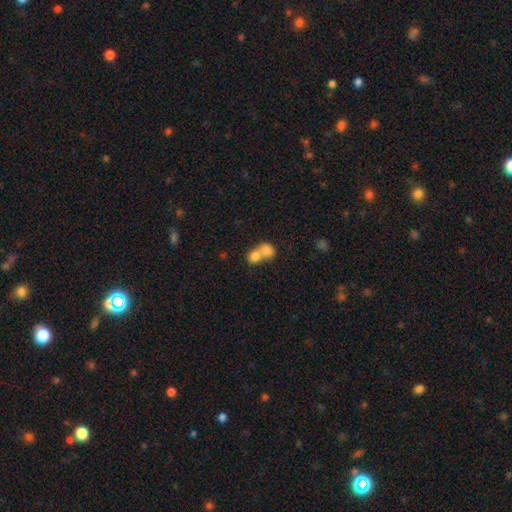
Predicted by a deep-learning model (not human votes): This is likely a smooth galaxy (78%). How rounded: likely round (63%). Merging: likely merger (72%).